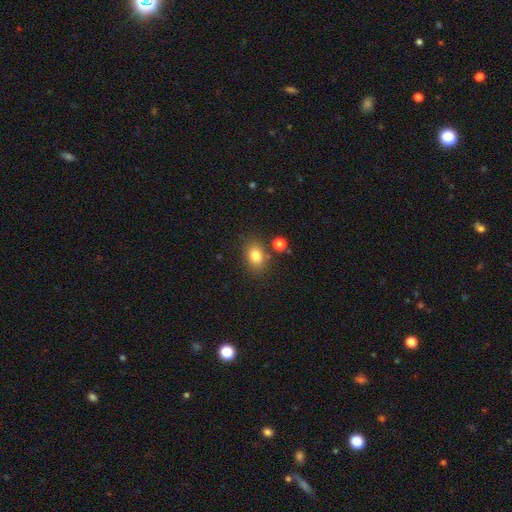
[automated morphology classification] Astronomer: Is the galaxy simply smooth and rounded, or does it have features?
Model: smooth — 81%.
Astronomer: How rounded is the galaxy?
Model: in between — 68%.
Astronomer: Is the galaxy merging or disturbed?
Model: none — 76%.